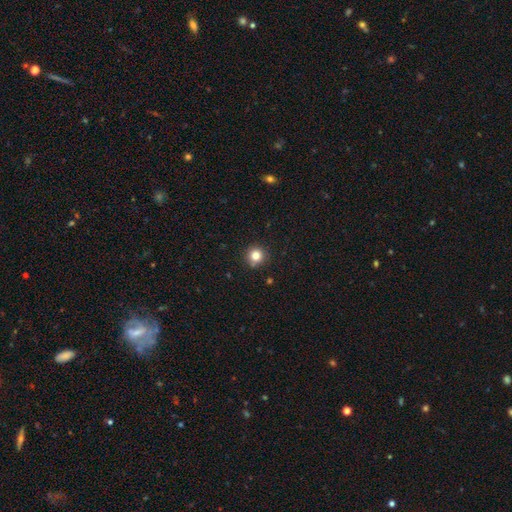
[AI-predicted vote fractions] smooth-or-featured: smooth: 81% | star or artifact: 13% | featured or disk: 6%
  how-rounded: round: 95% | in between: 4% | cigar-shaped: 1%
  merging: none: 89% | minor disturbance: 7% | merger: 2% | major disturbance: 2%